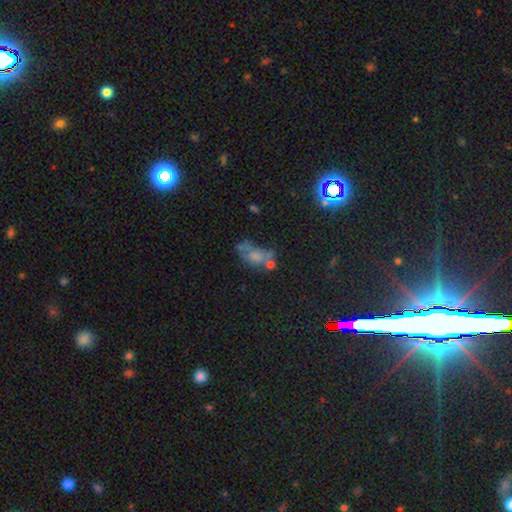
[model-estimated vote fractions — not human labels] Morphology: type=smooth (53%); roundness=in between (83%); merging=none (28%).